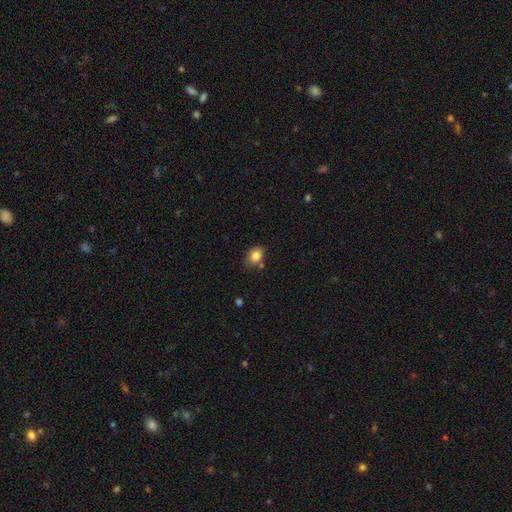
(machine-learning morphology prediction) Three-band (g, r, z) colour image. It shows a smooth galaxy with no disk features (83%) that is in between round and cigar-shaped (66%). Merging: none (71%).